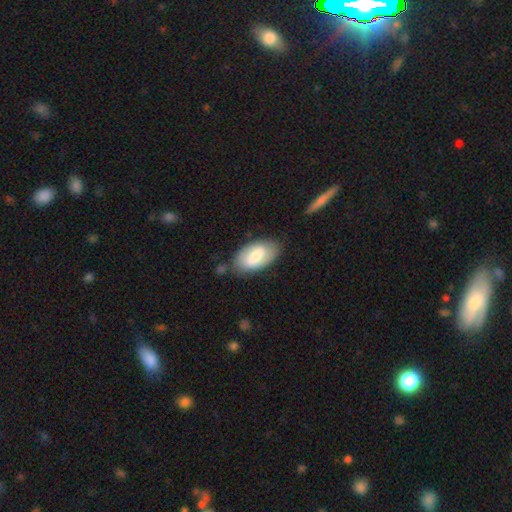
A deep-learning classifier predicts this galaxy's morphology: Overall: smooth (55%; featured or disk 39%). How rounded: in between (94%). Merging: none (74%).